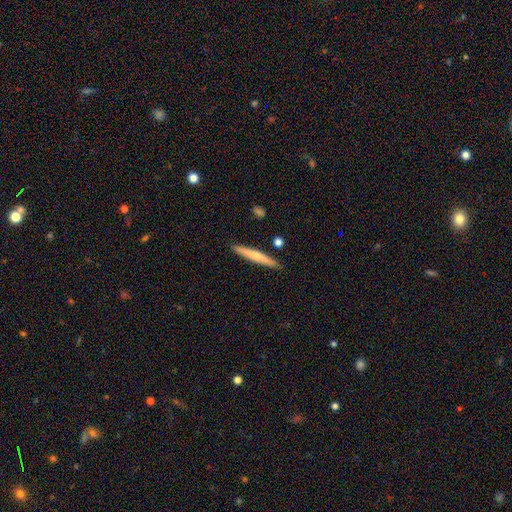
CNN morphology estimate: Overall: smooth (61%; featured or disk 33%). How rounded: cigar-shaped (95%). Merging: none (88%).